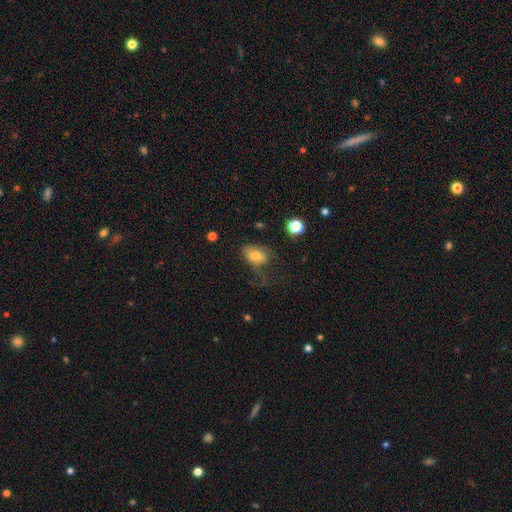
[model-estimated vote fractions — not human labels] Smooth or featured?
  - smooth: 72% *
  - featured or disk: 18%
  - star or artifact: 10%
How rounded?
  - in between: 82% *
  - round: 16%
  - cigar-shaped: 2%
Merging?
  - major disturbance: 37% *
  - none: 34%
  - minor disturbance: 26%
  - merger: 3%